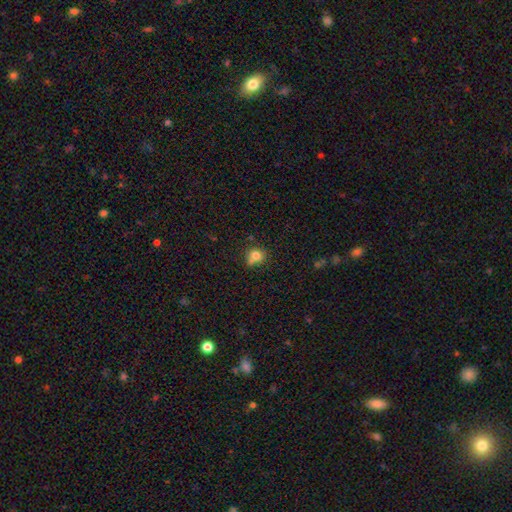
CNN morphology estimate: Q: Smooth or featured?
A: smooth (78%); runner-up: star or artifact (12%)
Q: How rounded?
A: round (79%); runner-up: in between (20%)
Q: Merging?
A: none (54%); runner-up: merger (21%)